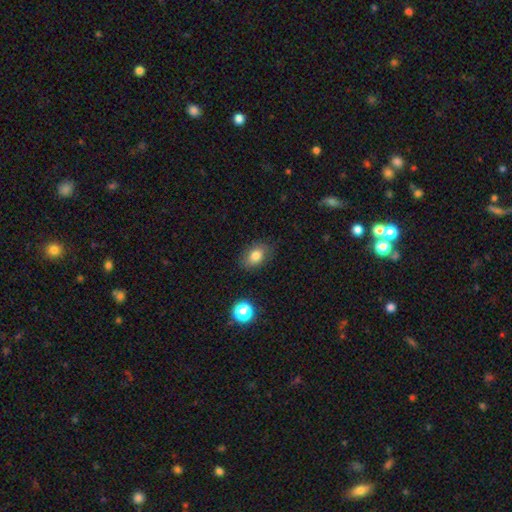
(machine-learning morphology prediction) Smooth or featured? smooth (80%)
How rounded? in between (74%)
Merging? none (83%)